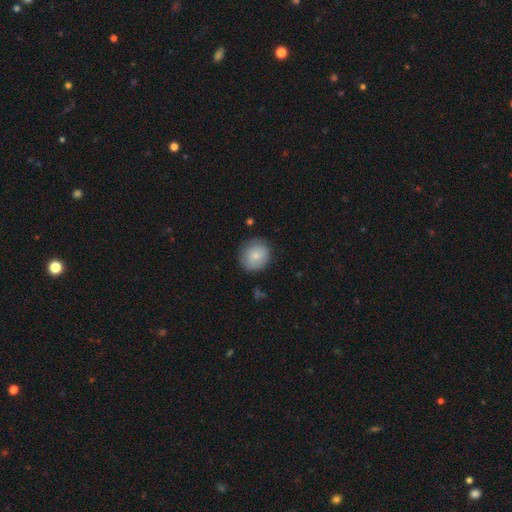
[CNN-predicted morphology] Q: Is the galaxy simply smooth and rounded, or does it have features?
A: smooth — 81%.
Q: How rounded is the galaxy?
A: round — 85%.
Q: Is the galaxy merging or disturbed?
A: none — 80%.